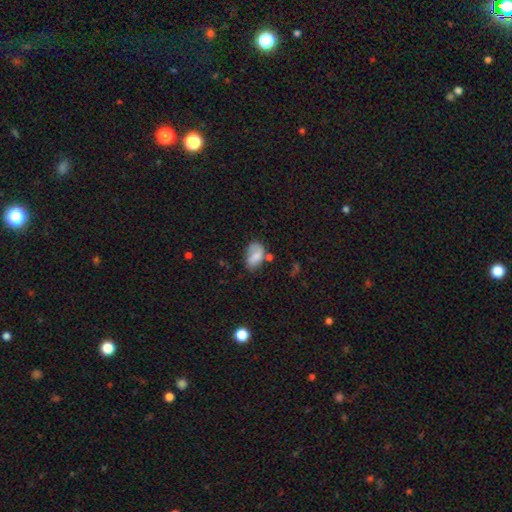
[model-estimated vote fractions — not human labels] Overall: smooth (71%). How rounded: in between (87%). Merging: none (43%; minor disturbance 31%).